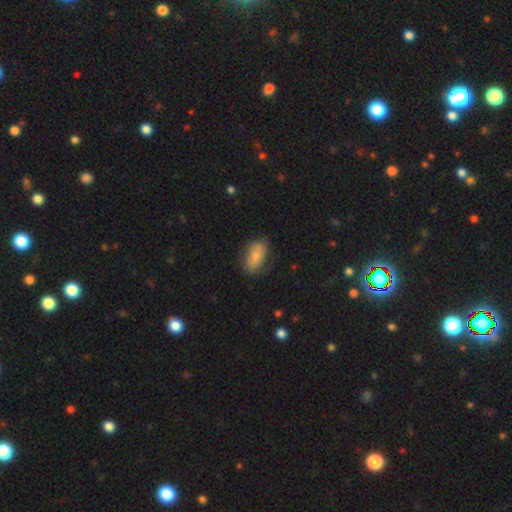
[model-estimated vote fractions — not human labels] smooth 66%, featured or disk 27%, star or artifact 7%. Down the decision tree: how rounded — in between (90%); merging — none (71%).